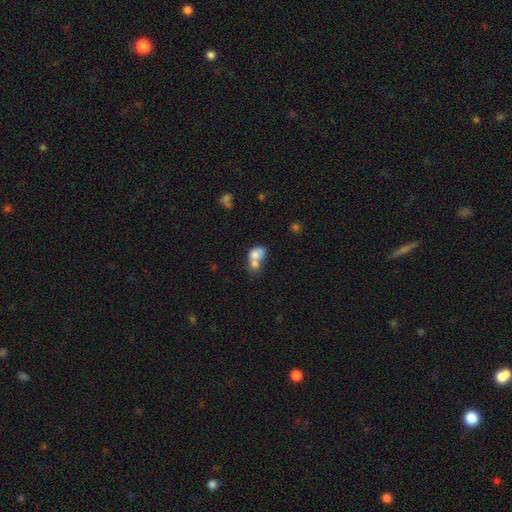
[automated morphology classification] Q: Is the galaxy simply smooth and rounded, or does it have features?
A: smooth — 71%.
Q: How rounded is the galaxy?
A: in between — 60%.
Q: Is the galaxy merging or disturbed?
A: merger — 71%.